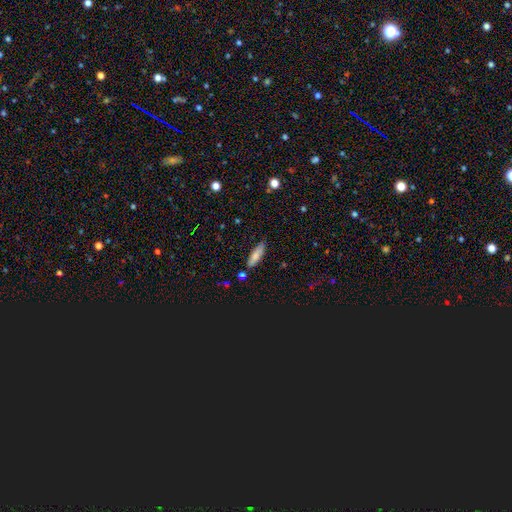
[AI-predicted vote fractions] Smooth or featured: smooth — 77% (featured or disk — 15%)
How rounded: cigar-shaped — 54% (in between — 44%)
Merging: none — 80% (minor disturbance — 14%)